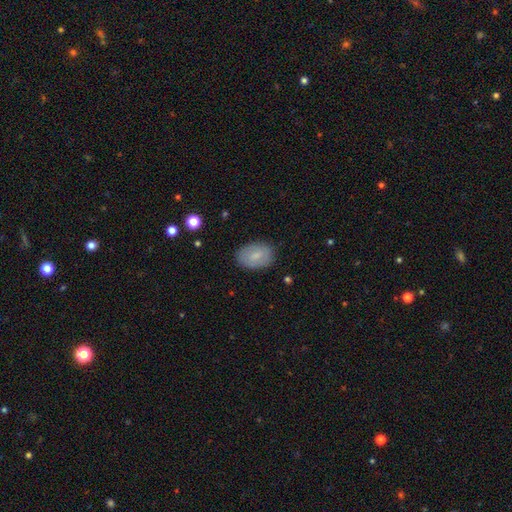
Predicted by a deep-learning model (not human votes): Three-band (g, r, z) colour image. It shows a smooth galaxy with no disk features (74%) that is in between round and cigar-shaped (83%). Merging: none (84%).